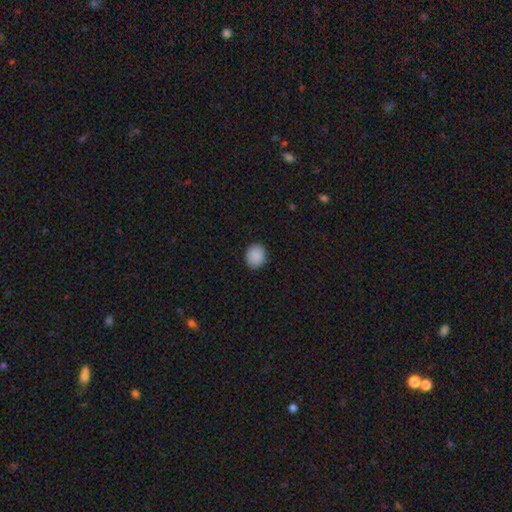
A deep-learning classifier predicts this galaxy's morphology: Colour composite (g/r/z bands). It shows a smooth galaxy with no disk features (89%) that is round (73%). Merging: none (89%).